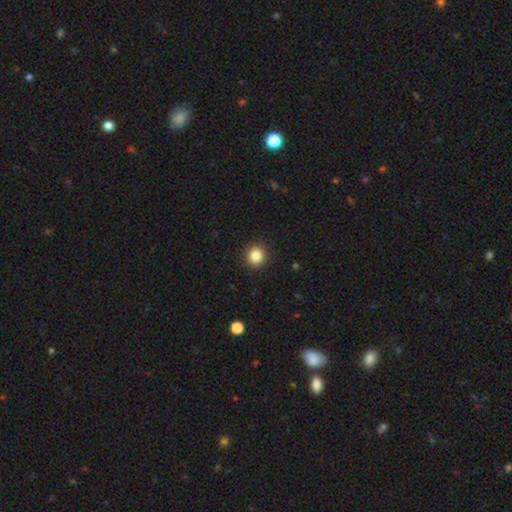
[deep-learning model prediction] This appears to be a smooth galaxy with no disk features (86%) that is round (90%). Merging: none (92%).